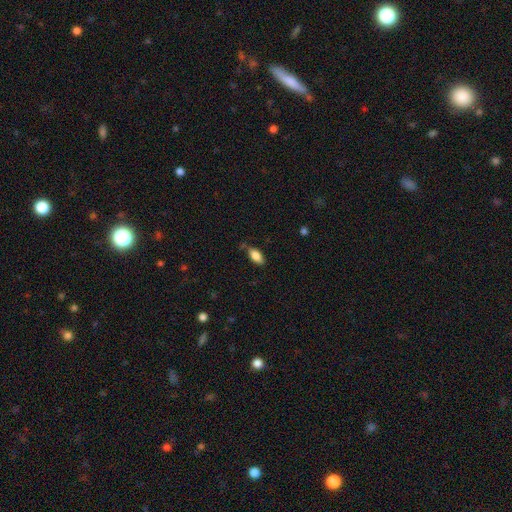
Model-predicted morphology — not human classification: smooth 84%, featured or disk 9%, star or artifact 7%. Down the decision tree: how rounded — in between (90%); merging — none (75%).